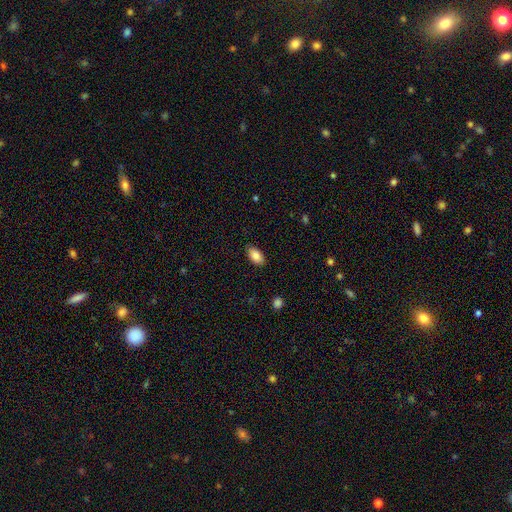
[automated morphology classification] Q: Smooth or featured?
A: smooth (86%); runner-up: star or artifact (7%)
Q: How rounded?
A: in between (94%); runner-up: round (4%)
Q: Merging?
A: none (87%); runner-up: minor disturbance (10%)